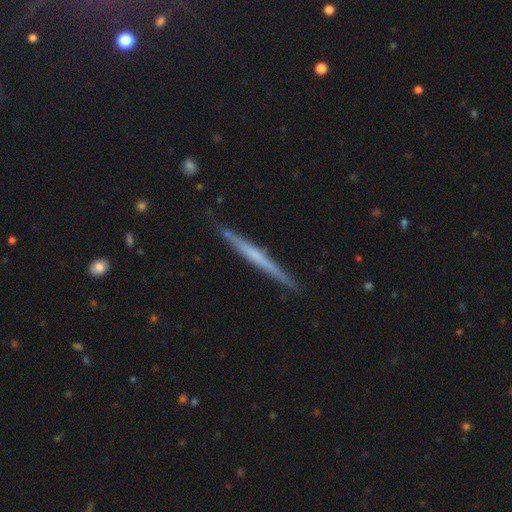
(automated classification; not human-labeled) Smooth or featured: featured or disk — 61% (smooth — 34%)
Edge-on disk: yes — 98% (no — 2%)
Edge-on bulge: none — 70% (rounded — 22%)
Merging: none — 89% (minor disturbance — 8%)